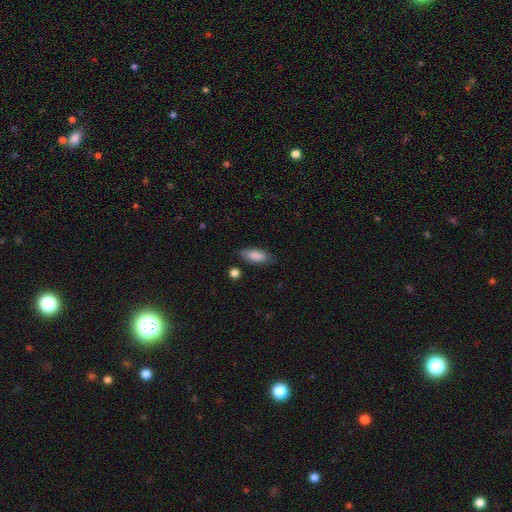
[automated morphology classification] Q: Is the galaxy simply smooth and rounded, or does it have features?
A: smooth — 86%.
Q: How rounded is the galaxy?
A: in between — 79%.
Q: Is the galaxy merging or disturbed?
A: none — 78%.